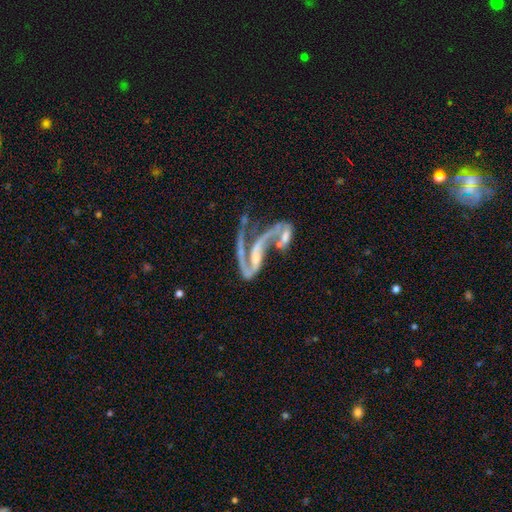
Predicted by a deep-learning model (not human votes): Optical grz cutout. It shows a featured or disk galaxy (83%) with no bar (47%), 2 (62%) loose (68%) spiral arms (80%) and a small central bulge (45%). Merging: merger (51%).